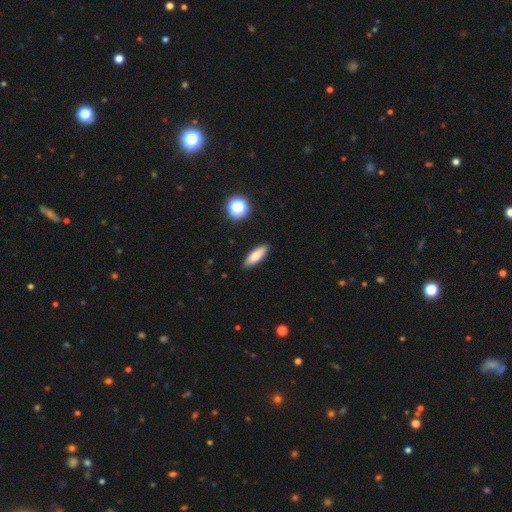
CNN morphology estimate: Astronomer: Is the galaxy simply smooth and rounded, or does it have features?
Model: smooth — 79%.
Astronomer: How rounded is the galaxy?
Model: in between — 54% (runner-up: cigar-shaped, 43%).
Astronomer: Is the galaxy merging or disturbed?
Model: none — 89%.